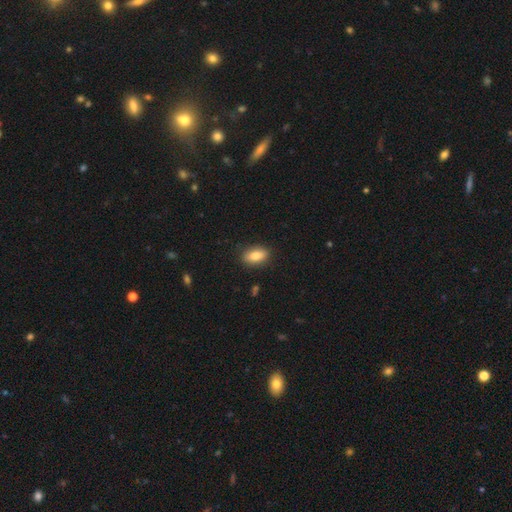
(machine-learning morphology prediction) A smooth galaxy with no disk features (83%) that is in between round and cigar-shaped (87%). Merging: none (87%).